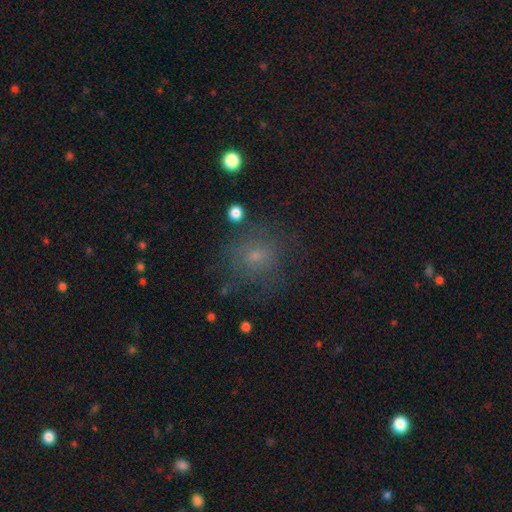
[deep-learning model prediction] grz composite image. It shows a smooth galaxy with no disk features (54%) that is round (79%). Merging: none (69%).